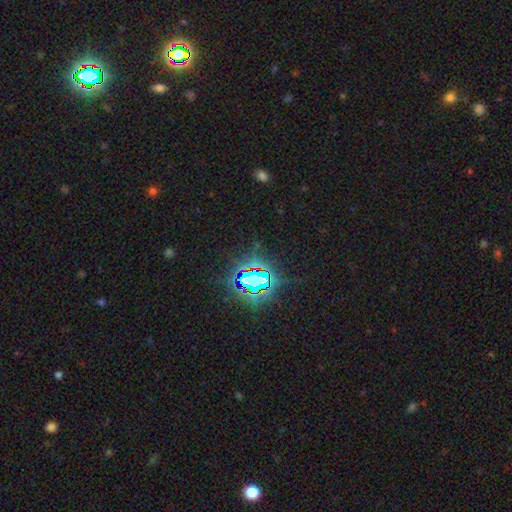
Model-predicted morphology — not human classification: A star or artifact, not a galaxy (81%).